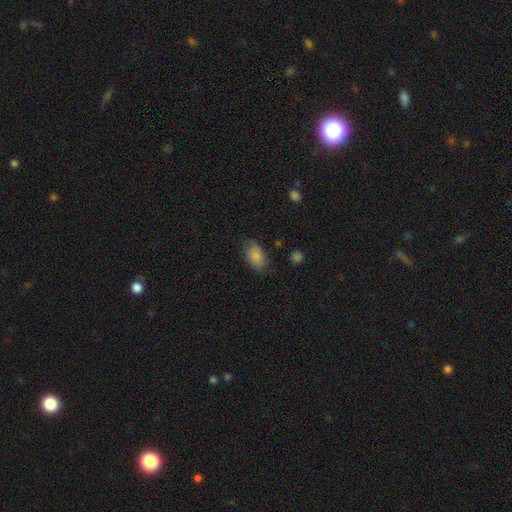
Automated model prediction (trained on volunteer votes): This is clearly a smooth galaxy (83%). How rounded: clearly in between (91%). Merging: likely none (73%).